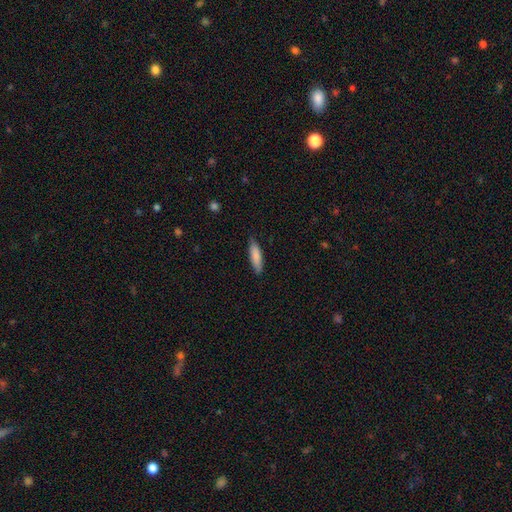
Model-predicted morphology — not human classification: The model was most divided on "how rounded": cigar-shaped: 61%, in between: 38%, round: 1%. More confident: smooth or featured — smooth (85%); merging — none (82%).